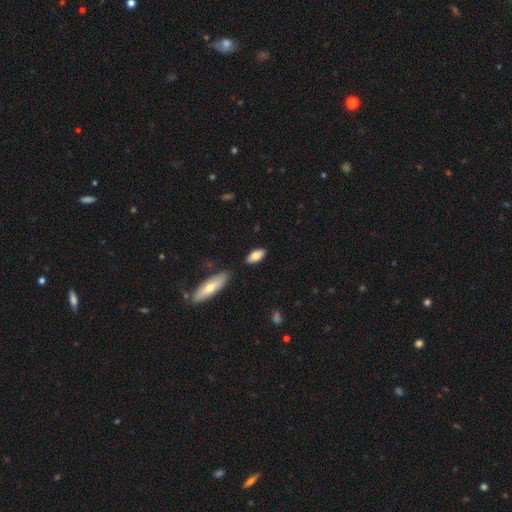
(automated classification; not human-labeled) Smooth or featured? smooth (77%)
How rounded? in between (86%)
Merging? none (82%)